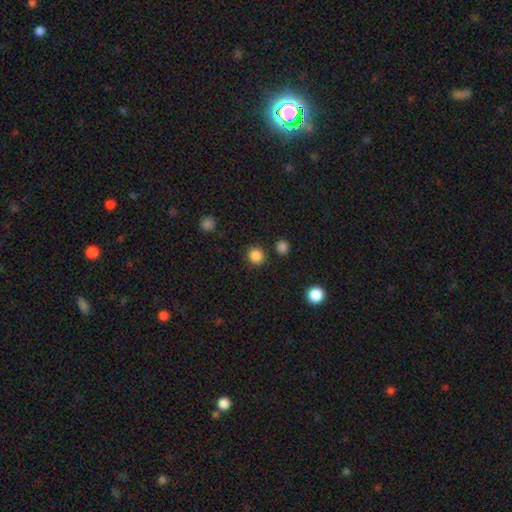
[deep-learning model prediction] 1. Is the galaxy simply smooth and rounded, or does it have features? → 85% smooth, 12% star or artifact, 3% featured or disk.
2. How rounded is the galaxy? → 92% round, 7% in between, 1% cigar-shaped.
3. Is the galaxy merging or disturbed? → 87% none, 6% minor disturbance, 3% merger, 3% major disturbance.